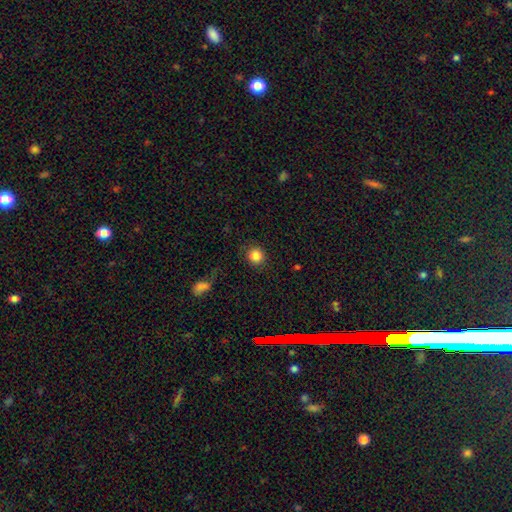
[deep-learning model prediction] Smooth or featured? smooth (85%)
How rounded? round (91%)
Merging? none (86%)